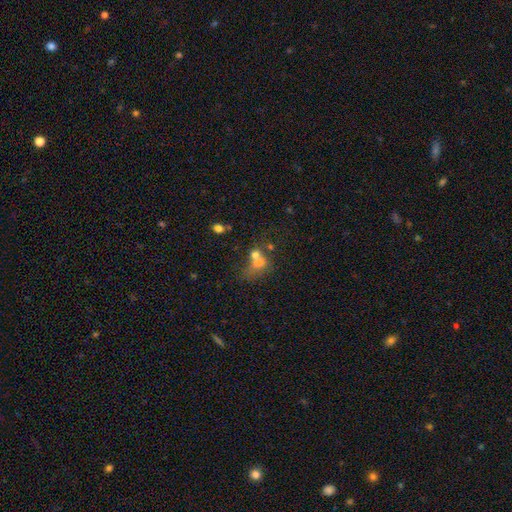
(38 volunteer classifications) Q: Smooth or featured?
A: smooth (68%); runner-up: featured or disk (24%)
Q: How rounded?
A: in between (54%); runner-up: round (46%)
Q: Merging?
A: merger (57%); runner-up: minor disturbance (17%)